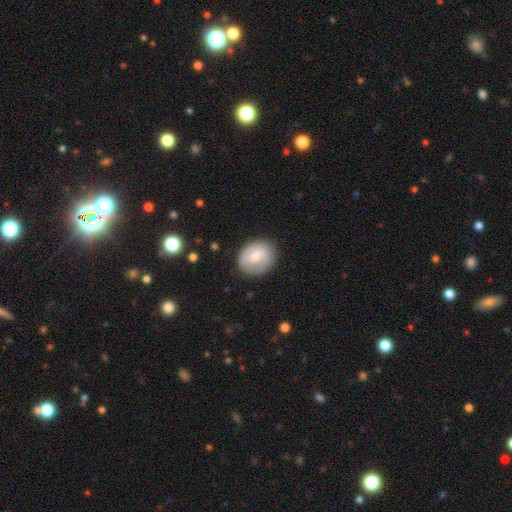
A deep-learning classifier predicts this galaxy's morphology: The model was most divided on "how rounded": round: 58%, in between: 41%, cigar-shaped: 1%. More confident: merging — none (79%); smooth or featured — smooth (63%).